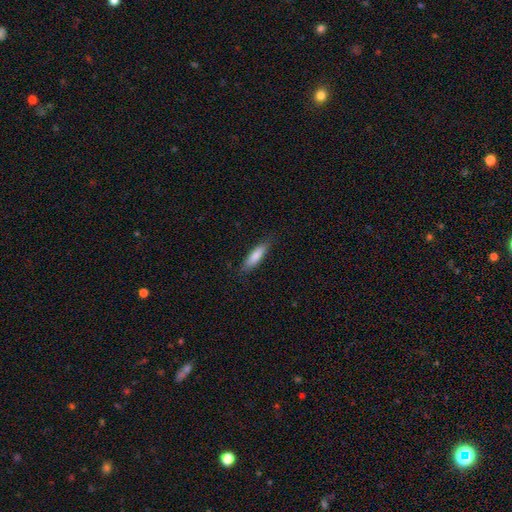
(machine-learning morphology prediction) Smooth or featured: smooth — 81% (featured or disk — 13%)
How rounded: cigar-shaped — 68% (in between — 30%)
Merging: none — 85% (minor disturbance — 12%)